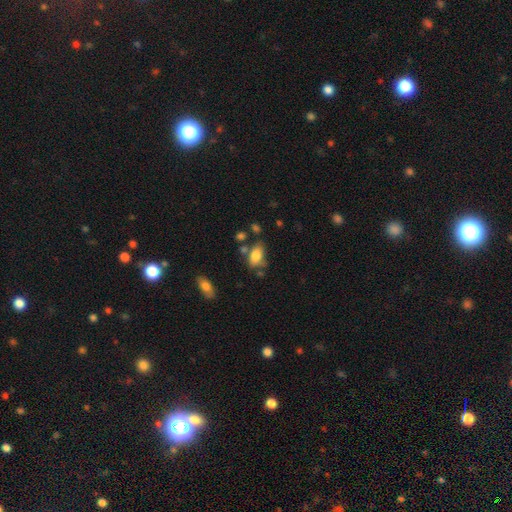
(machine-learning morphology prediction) Smooth or featured? smooth (79%)
How rounded? in between (90%)
Merging? none (55%)